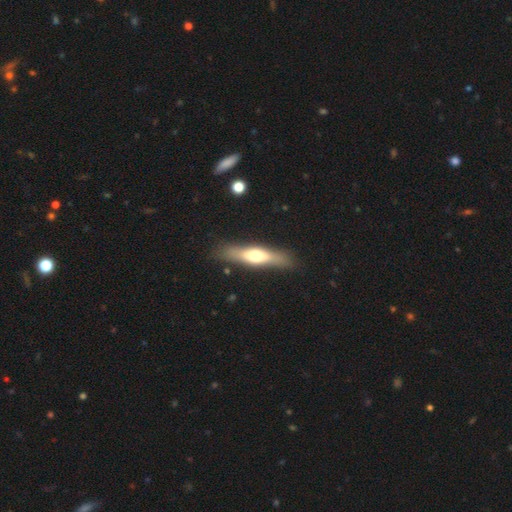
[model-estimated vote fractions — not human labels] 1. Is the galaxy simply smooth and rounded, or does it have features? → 48% smooth, 46% featured or disk, 6% star or artifact.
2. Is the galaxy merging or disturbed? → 84% none, 11% minor disturbance, 3% major disturbance, 2% merger.